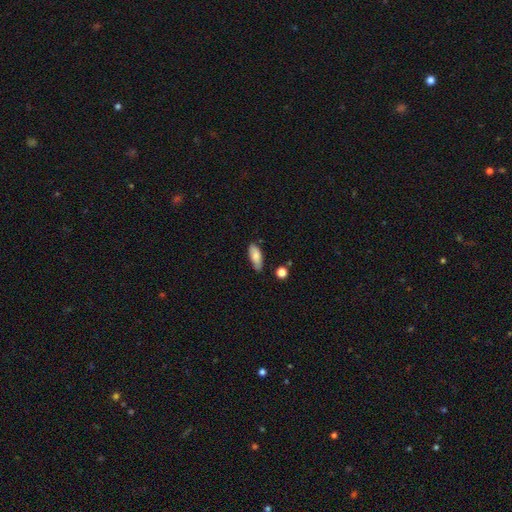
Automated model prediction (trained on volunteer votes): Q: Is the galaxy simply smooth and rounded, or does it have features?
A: smooth — 82%.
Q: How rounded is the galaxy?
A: in between — 80%.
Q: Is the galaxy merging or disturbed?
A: none — 74%.